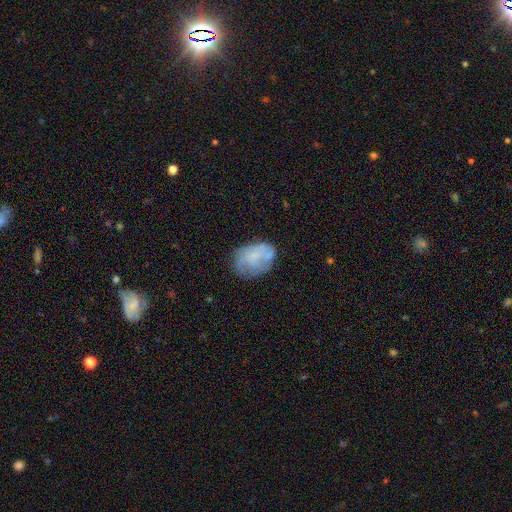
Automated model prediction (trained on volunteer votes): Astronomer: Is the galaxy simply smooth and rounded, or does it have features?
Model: smooth — 54% (runner-up: featured or disk, 37%).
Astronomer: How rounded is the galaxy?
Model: in between — 79%.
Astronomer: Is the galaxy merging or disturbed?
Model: none — 59%.